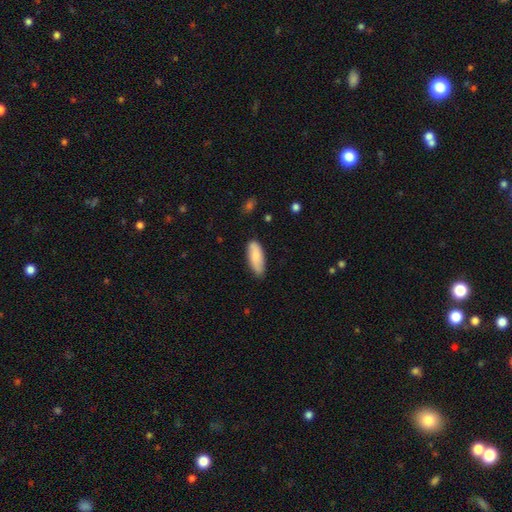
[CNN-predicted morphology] Smooth or featured? smooth (78%)
How rounded? in between (72%)
Merging? none (79%)